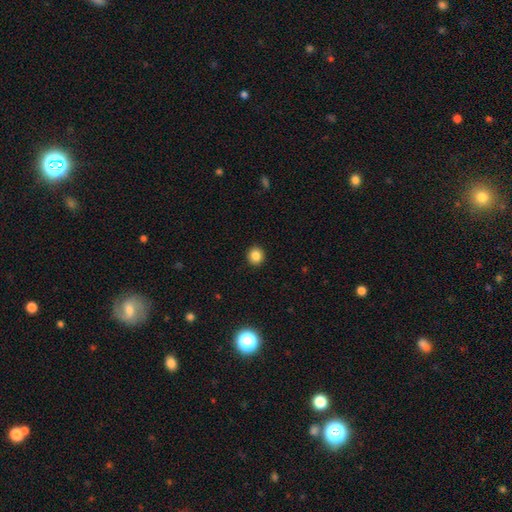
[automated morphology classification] A smooth galaxy with no disk features (85%) that is round (91%). Merging: none (92%).